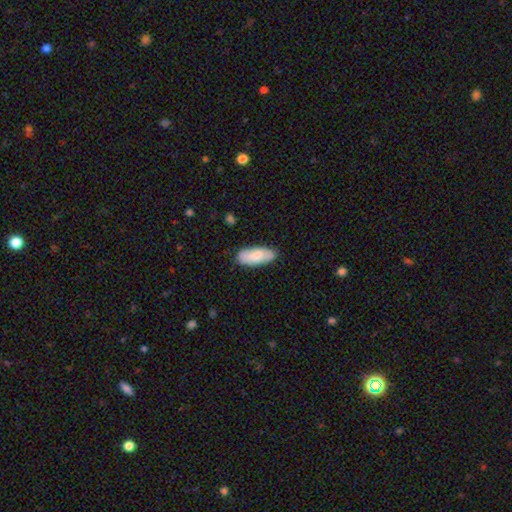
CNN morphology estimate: A smooth galaxy with no disk features (77%) that is in between round and cigar-shaped (81%).

Vote fractions:
- Smooth or featured? smooth: 77% / featured or disk: 18% / star or artifact: 6%
- How rounded? in between: 81% / cigar-shaped: 17% / round: 2%
- Merging? none: 82% / minor disturbance: 14% / major disturbance: 3% / merger: 1%